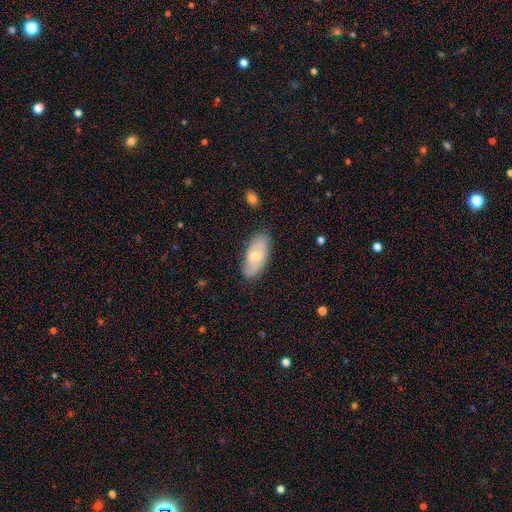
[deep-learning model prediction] This is possibly a smooth galaxy (49%). Merging: likely none (75%).